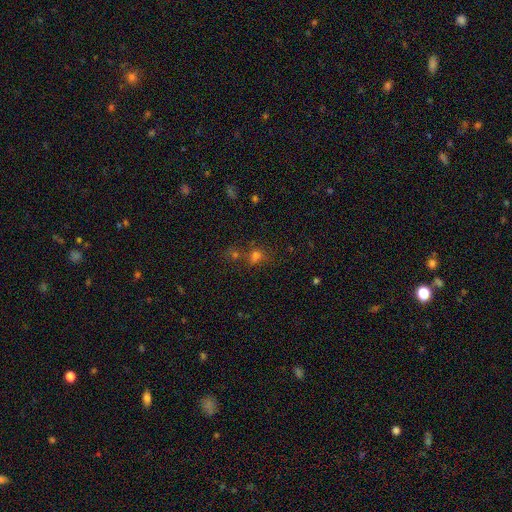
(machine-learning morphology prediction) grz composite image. It shows a smooth galaxy with no disk features (56%) that is round (64%). Merging: none (49%).